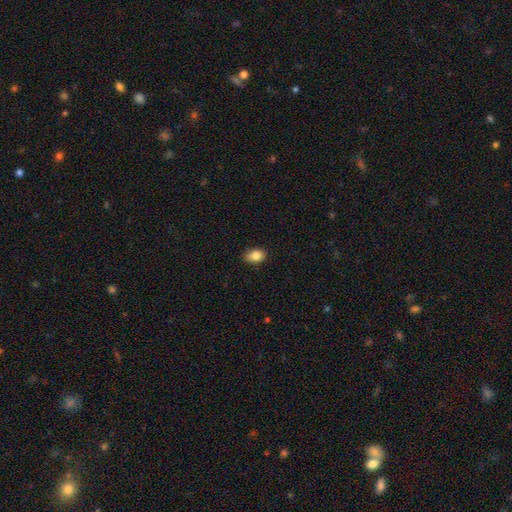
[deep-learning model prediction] Morphology: type=smooth (84%); roundness=in between (82%); merging=none (86%).